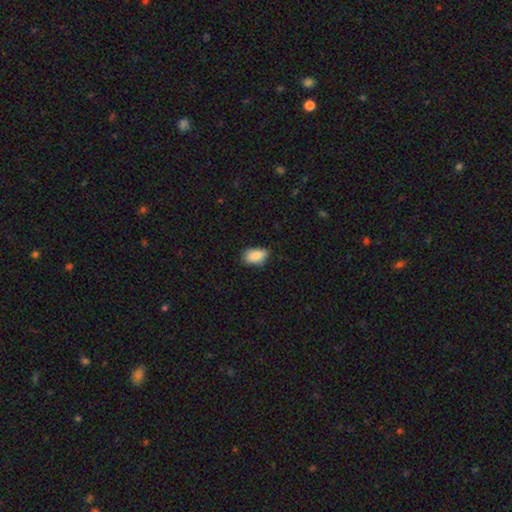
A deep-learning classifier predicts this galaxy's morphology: This appears to be a smooth galaxy with no disk features (87%) that is in between round and cigar-shaped (91%). Merging: none (71%).